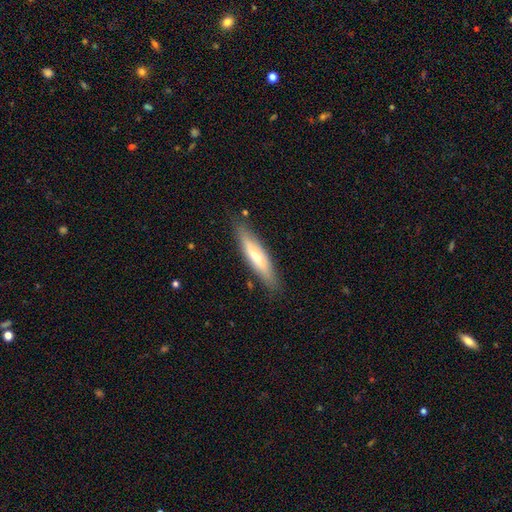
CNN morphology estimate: smooth_or_featured: smooth (p=0.60) [alt: featured or disk p=0.34]
how_rounded: cigar-shaped (p=0.82) [alt: in between p=0.17]
merging: none (p=0.83) [alt: minor disturbance p=0.13]